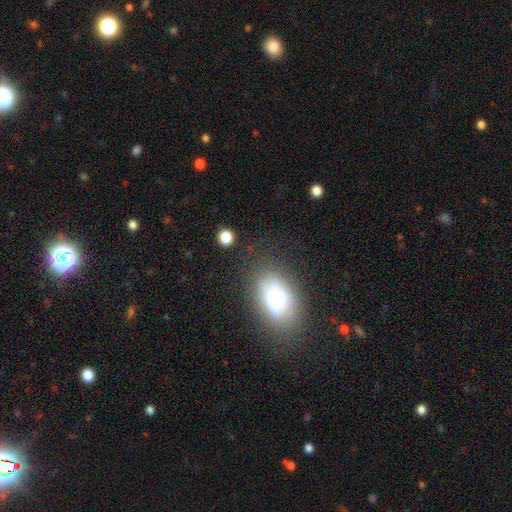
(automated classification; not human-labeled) Smooth or featured? smooth (76%)
How rounded? in between (87%)
Merging? none (83%)